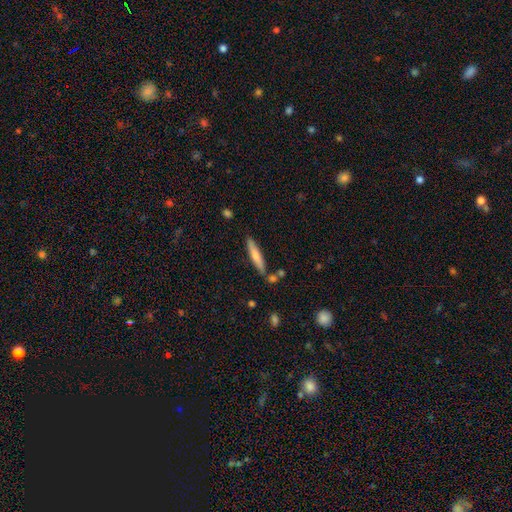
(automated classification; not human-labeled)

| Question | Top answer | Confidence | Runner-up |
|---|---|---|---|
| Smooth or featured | smooth | 66% | featured or disk (28%) |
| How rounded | cigar-shaped | 89% | in between (9%) |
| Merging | none | 80% | minor disturbance (12%) |